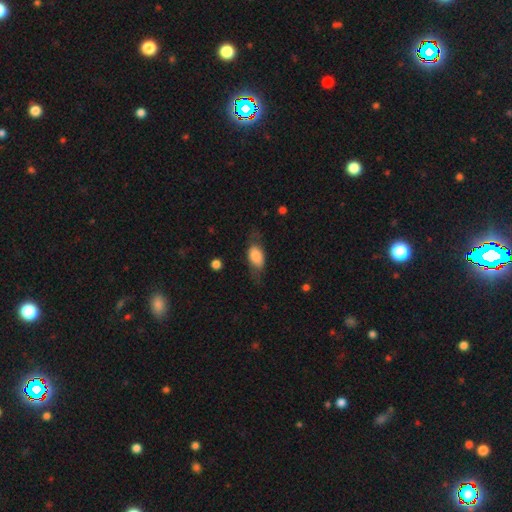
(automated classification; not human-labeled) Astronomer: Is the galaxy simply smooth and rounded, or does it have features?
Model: smooth — 72%.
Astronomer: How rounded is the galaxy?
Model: in between — 85%.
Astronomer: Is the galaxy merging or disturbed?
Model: none — 62%.